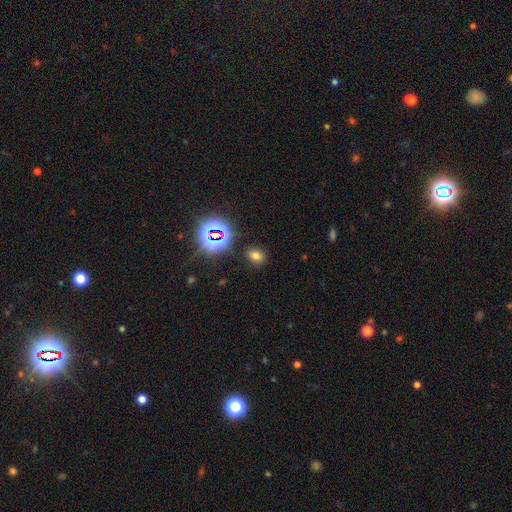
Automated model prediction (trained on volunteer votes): Smooth or featured?
  - smooth: 67% *
  - star or artifact: 26%
  - featured or disk: 8%
How rounded?
  - in between: 50% *
  - round: 49%
  - cigar-shaped: 1%
Merging?
  - none: 86% *
  - minor disturbance: 9%
  - major disturbance: 3%
  - merger: 2%